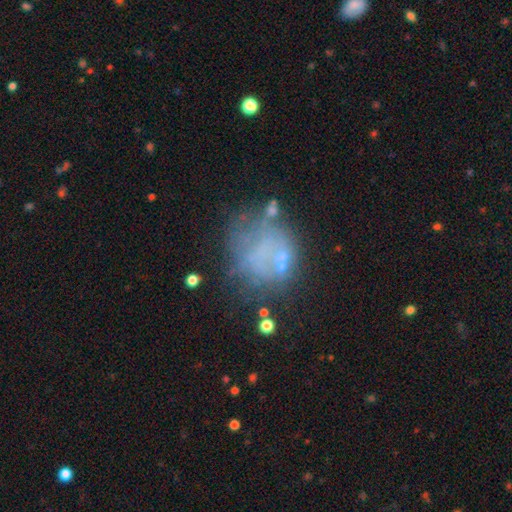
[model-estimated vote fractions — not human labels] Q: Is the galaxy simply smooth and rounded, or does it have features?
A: featured or disk — 43%.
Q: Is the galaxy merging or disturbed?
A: none — 46%.